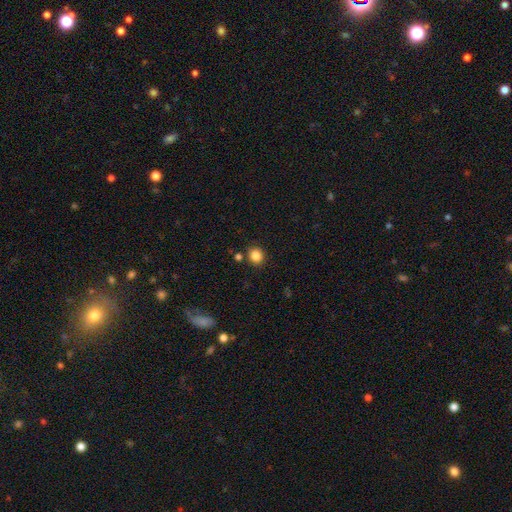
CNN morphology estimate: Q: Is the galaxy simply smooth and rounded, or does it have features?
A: smooth — 85%.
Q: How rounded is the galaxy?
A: round — 78%.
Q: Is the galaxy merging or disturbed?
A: none — 85%.